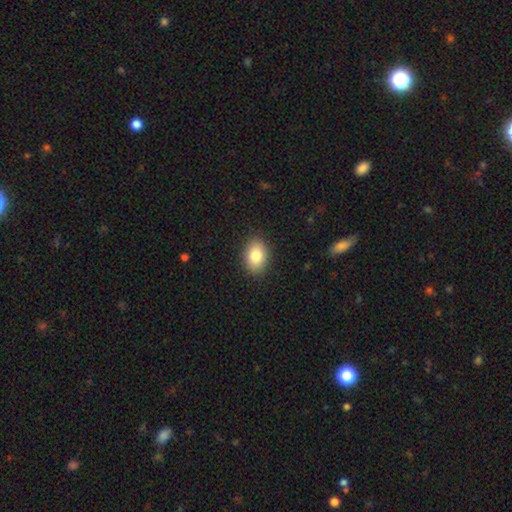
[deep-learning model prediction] Q: Smooth or featured?
A: smooth (83%); runner-up: featured or disk (9%)
Q: How rounded?
A: in between (84%); runner-up: round (15%)
Q: Merging?
A: none (88%); runner-up: minor disturbance (9%)